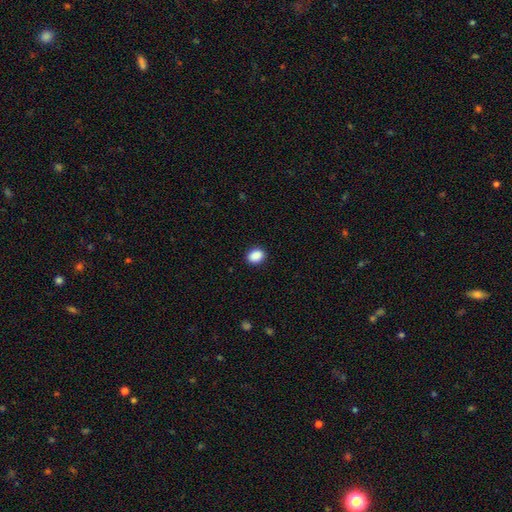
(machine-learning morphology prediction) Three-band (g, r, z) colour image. It shows a smooth galaxy with no disk features (90%) that is in between round and cigar-shaped (62%). Merging: none (90%).